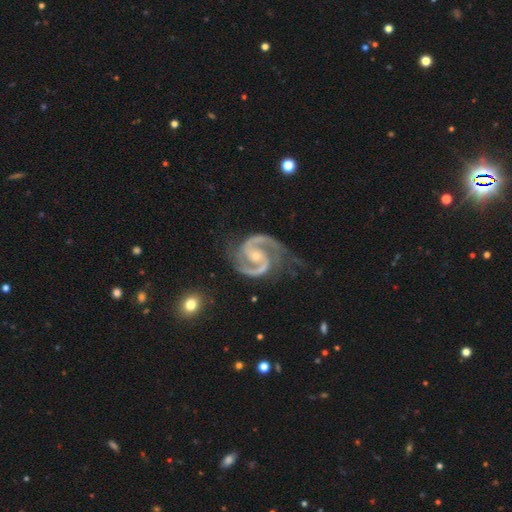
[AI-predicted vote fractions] Smooth or featured?
  - featured or disk: 94% *
  - star or artifact: 4%
  - smooth: 2%
Edge-on disk?
  - no: 98% *
  - yes: 2%
Bar?
  - no: 43% *
  - weak: 38%
  - strong: 20%
Spiral arms?
  - yes: 99% *
  - no: 1%
Spiral winding?
  - medium: 64% *
  - tight: 26%
  - loose: 10%
Spiral arm count?
  - 2: 94% *
  - 3: 2%
  - can't tell: 1%
  - 1: 1%
  - 4: 1%
  - more than 4: 1%
Bulge size?
  - small: 60% *
  - moderate: 34%
  - none: 3%
  - large: 1%
  - dominant: 1%
Merging?
  - none: 67% *
  - minor disturbance: 22%
  - major disturbance: 9%
  - merger: 2%